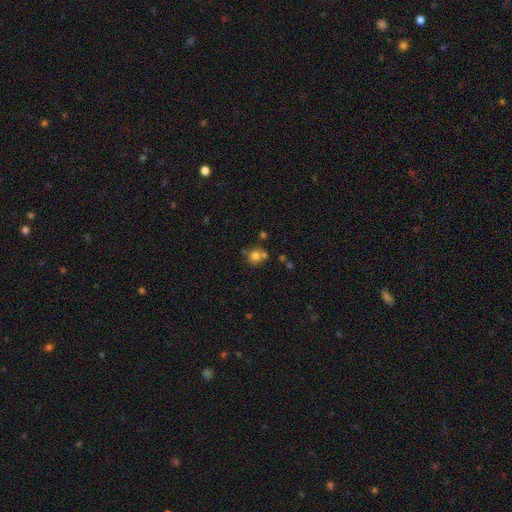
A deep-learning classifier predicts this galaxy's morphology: Overall: smooth (75%). How rounded: round (89%). Merging: none (60%; merger 26%).